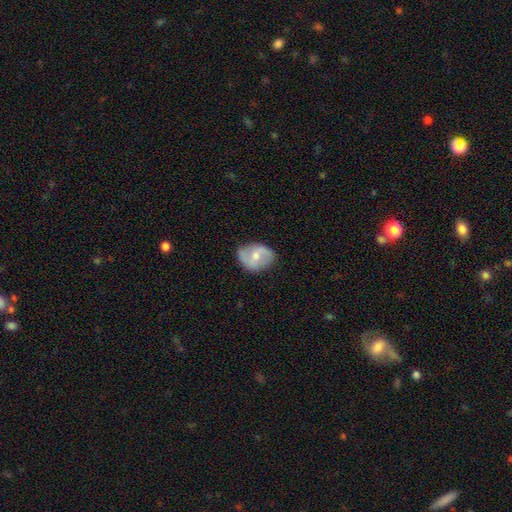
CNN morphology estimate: type=featured or disk (61%); edge-on=no (97%); bar=weak (48%); spiral arms=yes (81%); bulge=moderate (53%); merging=none (75%).